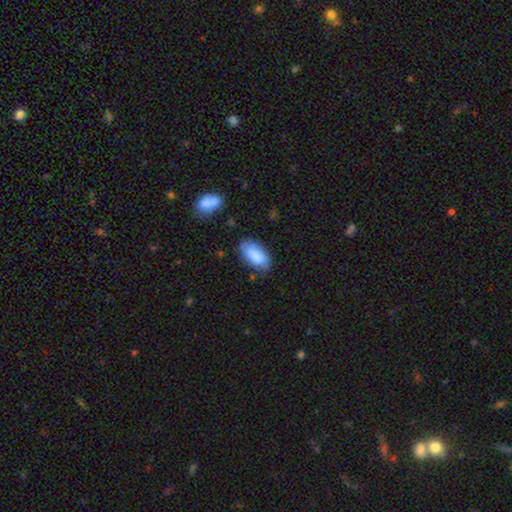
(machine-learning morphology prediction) Q: Smooth or featured?
A: smooth (81%); runner-up: featured or disk (12%)
Q: How rounded?
A: in between (92%); runner-up: cigar-shaped (6%)
Q: Merging?
A: none (65%); runner-up: minor disturbance (26%)